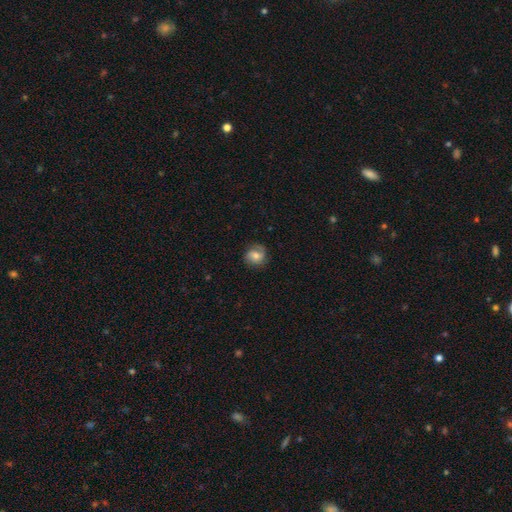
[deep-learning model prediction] This appears to be a featured or disk galaxy (47%). Merging: none (74%).